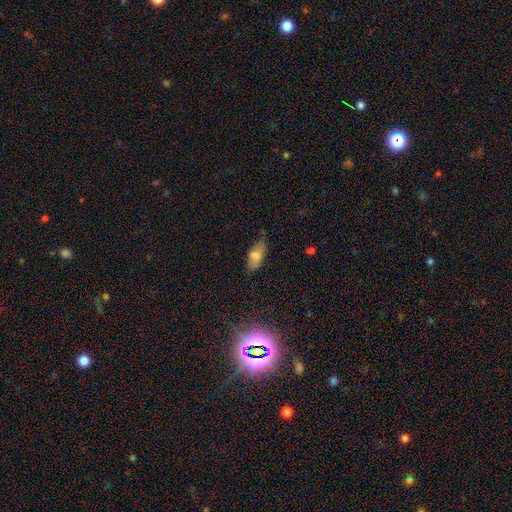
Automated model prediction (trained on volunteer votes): Smooth or featured: smooth — 70% (featured or disk — 20%)
How rounded: in between — 82% (cigar-shaped — 15%)
Merging: none — 65% (minor disturbance — 25%)